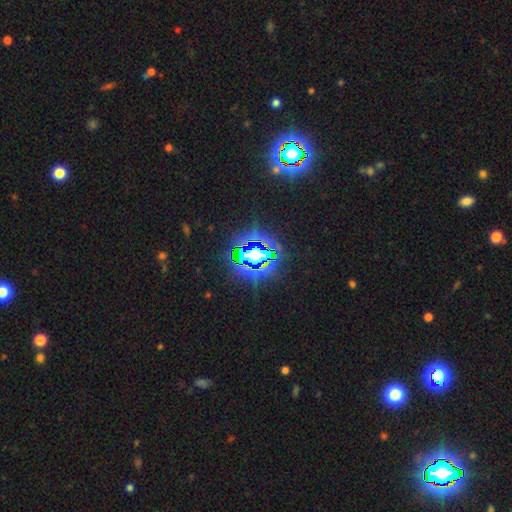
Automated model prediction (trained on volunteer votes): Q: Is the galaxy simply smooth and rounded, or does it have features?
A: star or artifact — 82%.